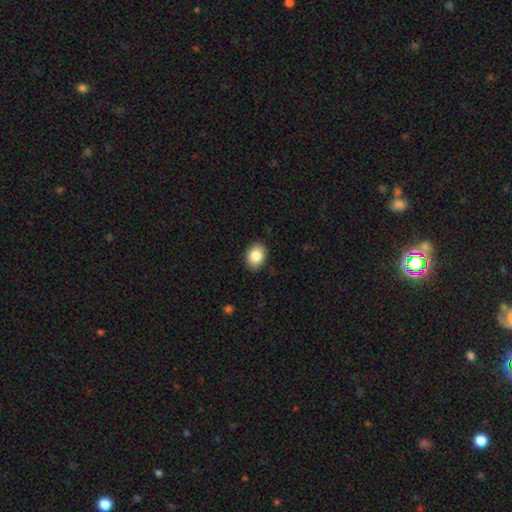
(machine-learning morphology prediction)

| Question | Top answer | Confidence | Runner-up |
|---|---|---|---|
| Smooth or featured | smooth | 85% | star or artifact (8%) |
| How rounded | in between | 62% | round (37%) |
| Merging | none | 89% | minor disturbance (8%) |